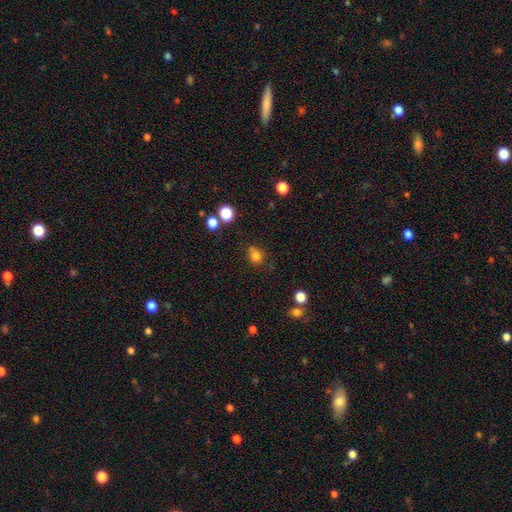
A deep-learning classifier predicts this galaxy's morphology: A smooth galaxy with no disk features (80%) that is round (70%).

Vote fractions:
- Smooth or featured? smooth: 80% / star or artifact: 14% / featured or disk: 6%
- How rounded? round: 70% / in between: 29% / cigar-shaped: 1%
- Merging? none: 67% / minor disturbance: 19% / merger: 9% / major disturbance: 6%